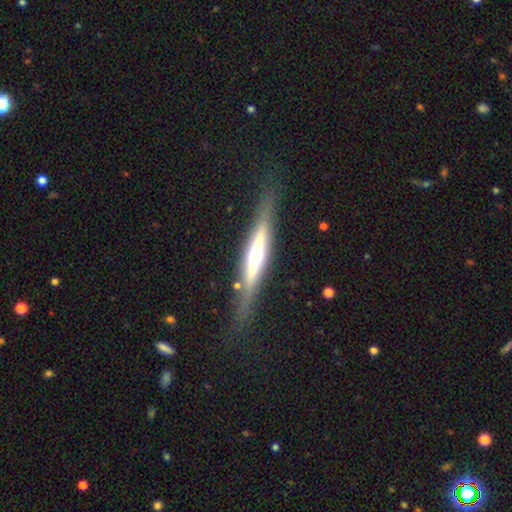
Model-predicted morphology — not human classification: The model was most divided on "smooth or featured": featured or disk: 74%, smooth: 20%, star or artifact: 6%. More confident: edge-on disk — yes (95%); merging — none (81%); edge-on bulge — rounded (75%).